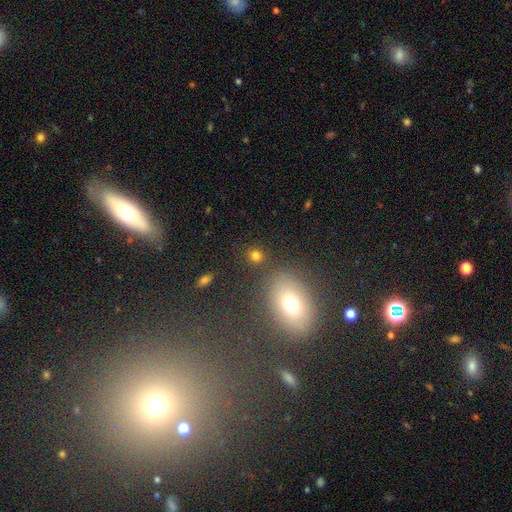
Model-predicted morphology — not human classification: smooth 79%, star or artifact 15%, featured or disk 6%. Down the decision tree: how rounded — round (84%); merging — none (83%).